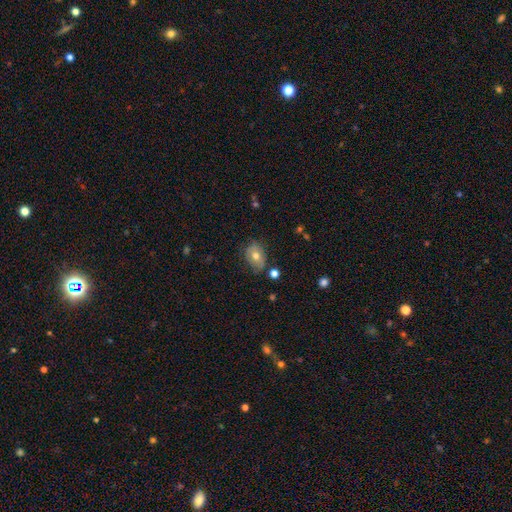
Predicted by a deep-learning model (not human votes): Smooth or featured? Predicted: smooth (p=0.67). How rounded? Predicted: in between (p=0.73). Merging? Predicted: none (p=0.67).